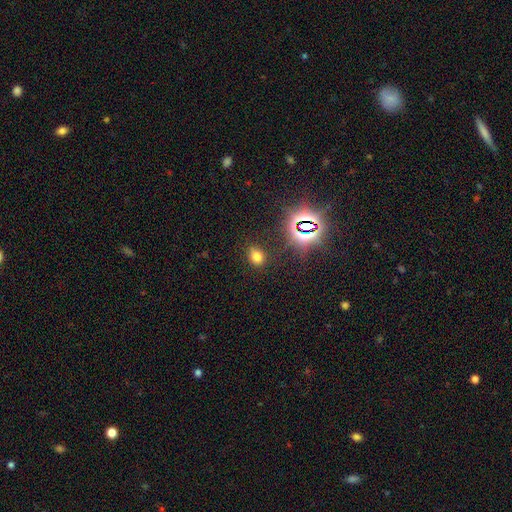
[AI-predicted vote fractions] A smooth galaxy with no disk features (67%) that is in between round and cigar-shaped (55%).

Vote fractions:
- Smooth or featured? smooth: 67% / star or artifact: 26% / featured or disk: 7%
- How rounded? in between: 55% / round: 43% / cigar-shaped: 1%
- Merging? none: 80% / minor disturbance: 13% / major disturbance: 4% / merger: 3%